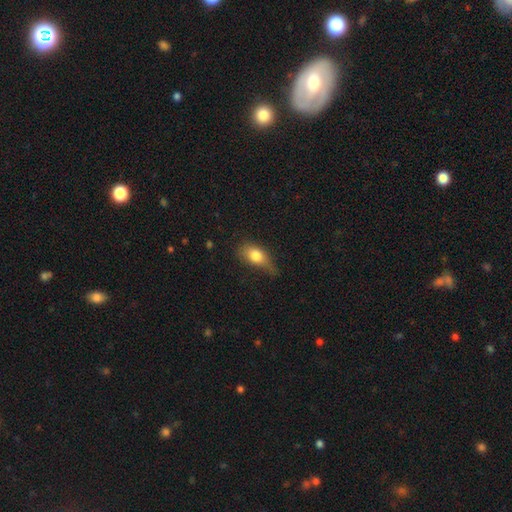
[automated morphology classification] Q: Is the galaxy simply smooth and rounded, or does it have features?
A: smooth — 78%.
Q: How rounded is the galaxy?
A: in between — 79%.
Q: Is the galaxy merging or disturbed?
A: minor disturbance — 42%.